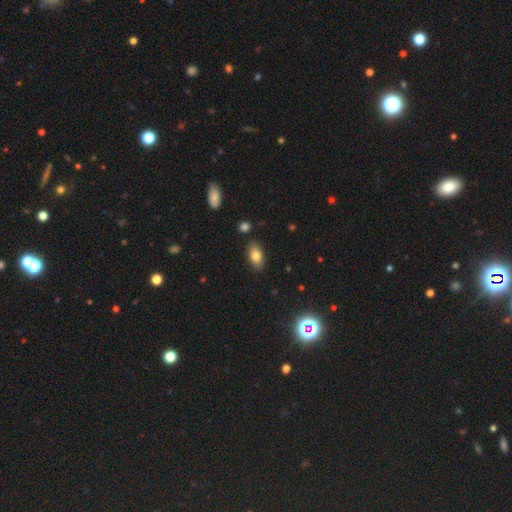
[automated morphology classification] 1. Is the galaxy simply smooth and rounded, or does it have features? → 80% smooth, 12% featured or disk, 9% star or artifact.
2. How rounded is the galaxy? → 90% in between, 5% round, 5% cigar-shaped.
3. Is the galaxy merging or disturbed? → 85% none, 10% minor disturbance, 2% major disturbance, 2% merger.